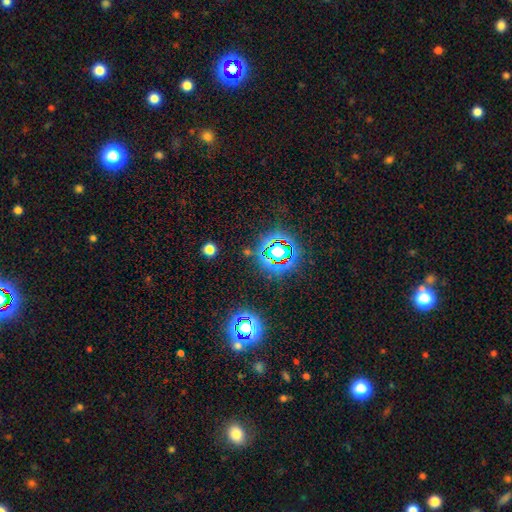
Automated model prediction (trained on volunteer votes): Q: Smooth or featured?
A: star or artifact (78%); runner-up: smooth (14%)